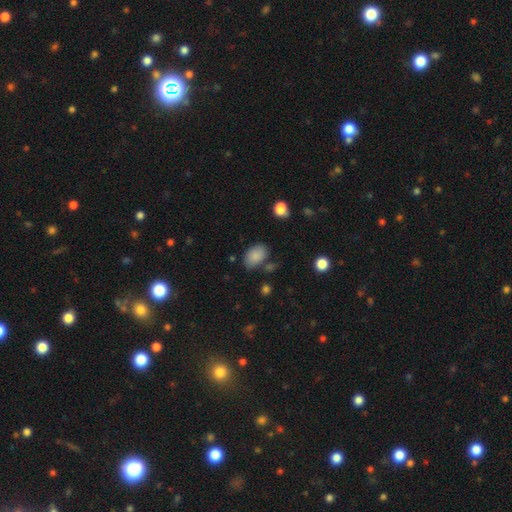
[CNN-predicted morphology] Smooth or featured: smooth — 86% (star or artifact — 8%)
How rounded: in between — 87% (round — 11%)
Merging: none — 71% (minor disturbance — 18%)